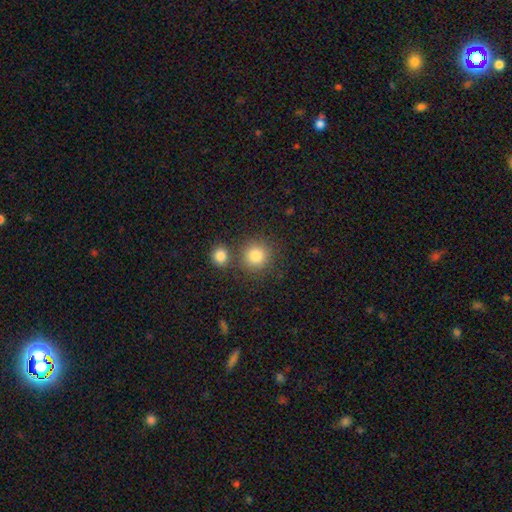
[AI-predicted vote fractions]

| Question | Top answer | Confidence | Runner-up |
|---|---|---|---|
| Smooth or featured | smooth | 83% | star or artifact (11%) |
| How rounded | round | 92% | in between (8%) |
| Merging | none | 73% | merger (16%) |